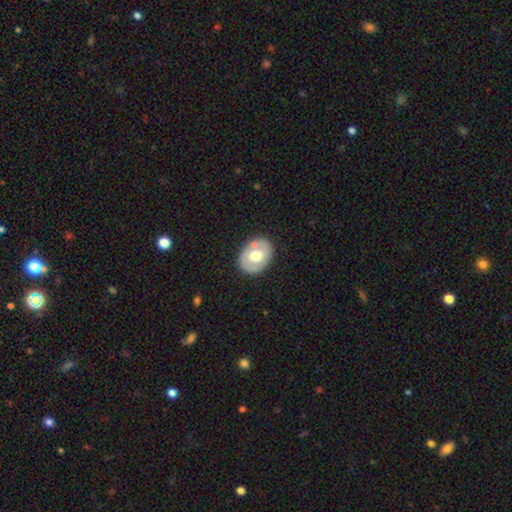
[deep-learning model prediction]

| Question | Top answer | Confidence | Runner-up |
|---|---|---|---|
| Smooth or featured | smooth | 52% | featured or disk (42%) |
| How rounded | in between | 65% | round (34%) |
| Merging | none | 77% | minor disturbance (13%) |